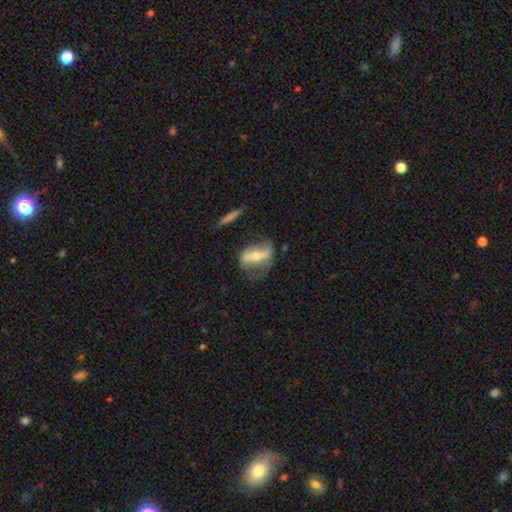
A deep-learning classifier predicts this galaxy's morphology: smooth_or_featured: featured or disk (p=0.65) [alt: smooth p=0.28]
disk_edge_on: no (p=0.80) [alt: yes p=0.20]
bar: strong (p=0.64) [alt: weak p=0.21]
has_spiral_arms: yes (p=0.62) [alt: no p=0.38]
bulge_size: moderate (p=0.43) [tied with: small p=0.43]
merging: none (p=0.57) [alt: minor disturbance p=0.23]